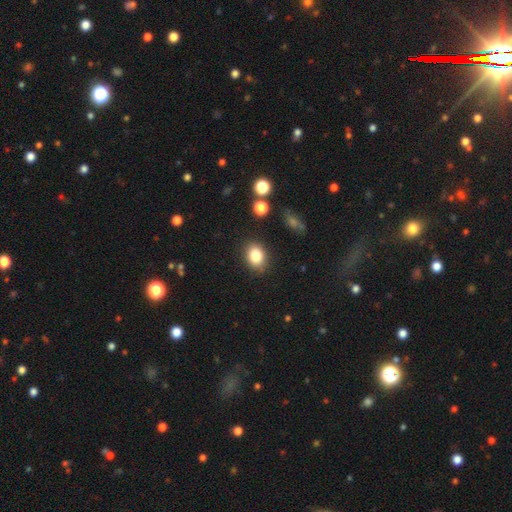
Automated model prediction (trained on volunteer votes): smooth-or-featured: smooth: 84% | star or artifact: 10% | featured or disk: 6%
  how-rounded: in between: 63% | round: 35% | cigar-shaped: 1%
  merging: none: 85% | minor disturbance: 10% | major disturbance: 3% | merger: 2%